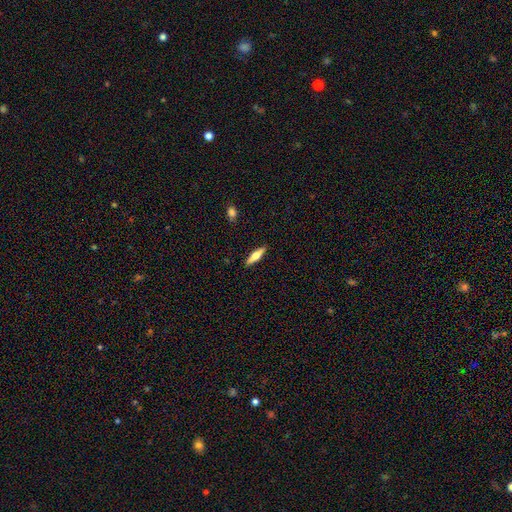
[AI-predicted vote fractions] Q: Smooth or featured?
A: featured or disk (48%); runner-up: smooth (46%)
Q: Merging?
A: none (90%); runner-up: minor disturbance (7%)